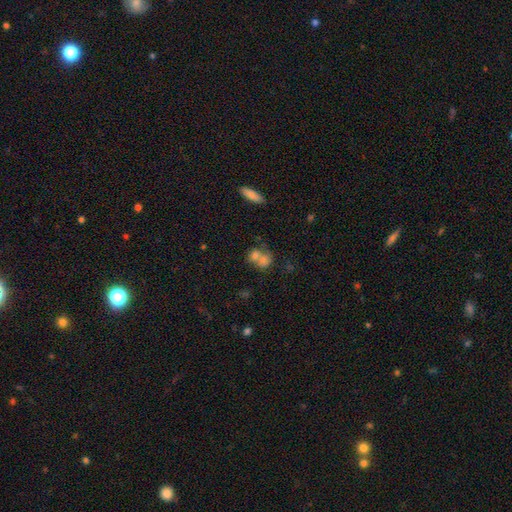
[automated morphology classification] Smooth or featured? Predicted: smooth (p=0.70). How rounded? Predicted: round (p=0.50). Merging? Predicted: merger (p=0.60).